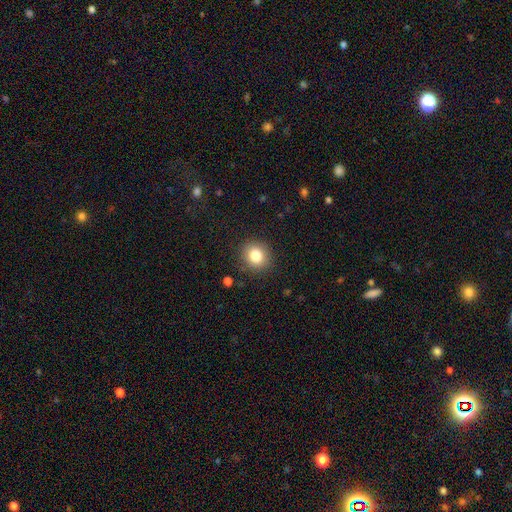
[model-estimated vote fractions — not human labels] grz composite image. It shows a smooth galaxy with no disk features (82%) that is round (82%). Merging: none (88%).